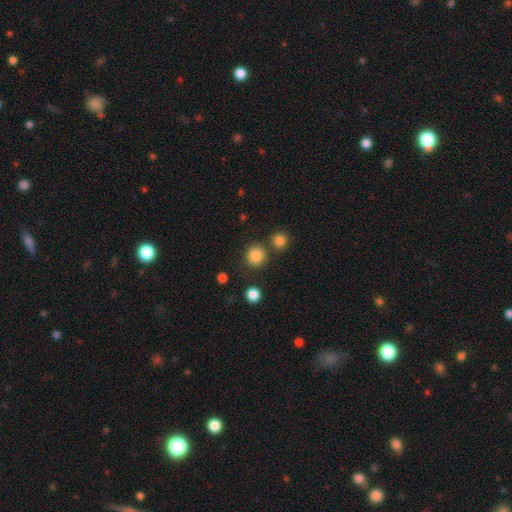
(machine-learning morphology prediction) Q: Smooth or featured?
A: smooth (84%); runner-up: star or artifact (11%)
Q: How rounded?
A: round (89%); runner-up: in between (10%)
Q: Merging?
A: none (80%); runner-up: merger (9%)